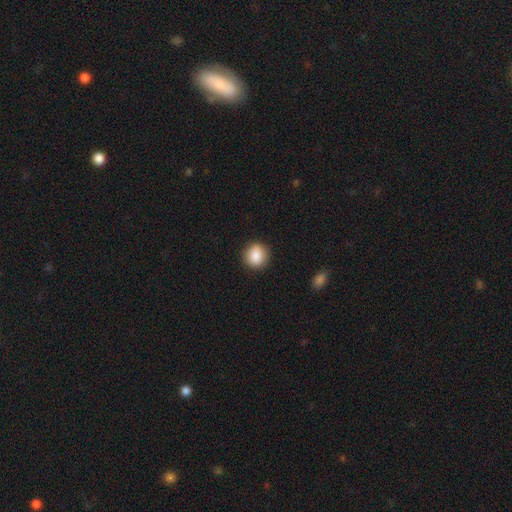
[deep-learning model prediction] smooth 87%, star or artifact 8%, featured or disk 5%. Down the decision tree: how rounded — round (86%); merging — none (89%).